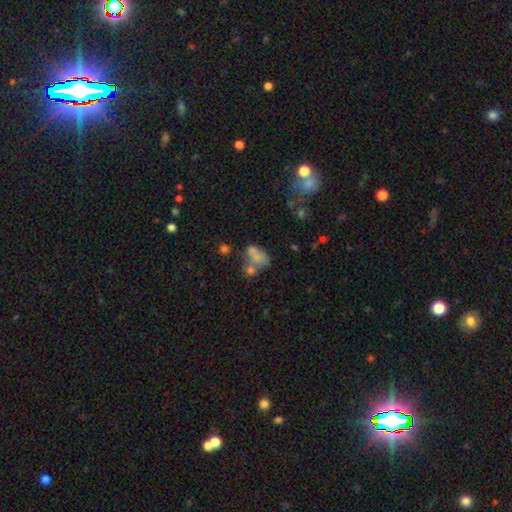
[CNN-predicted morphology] This is likely a smooth galaxy (67%). How rounded: clearly in between (80%). Merging: possibly merger (47%).